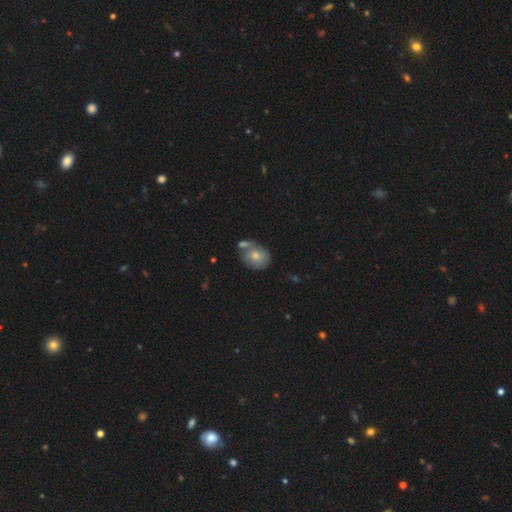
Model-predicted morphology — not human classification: The model was most divided on "how rounded": round: 53%, in between: 46%, cigar-shaped: 1%. Remaining: smooth or featured — smooth (70%); merging — none (44%).